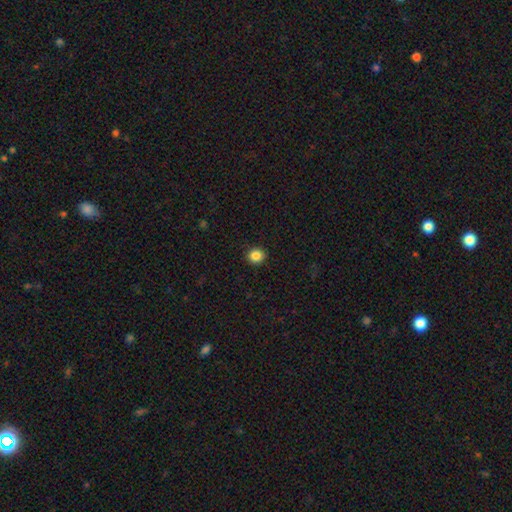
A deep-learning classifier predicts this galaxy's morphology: Smooth or featured?
  - smooth: 86% *
  - star or artifact: 10%
  - featured or disk: 4%
How rounded?
  - round: 89% *
  - in between: 10%
  - cigar-shaped: 1%
Merging?
  - none: 92% *
  - minor disturbance: 5%
  - major disturbance: 2%
  - merger: 1%